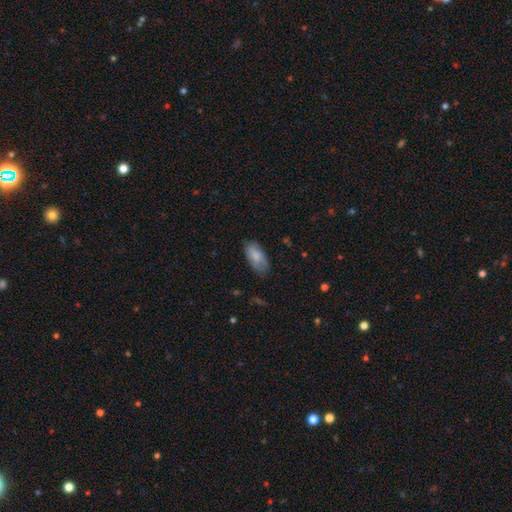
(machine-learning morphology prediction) Smooth or featured: smooth — 82% (featured or disk — 12%)
How rounded: in between — 92% (cigar-shaped — 6%)
Merging: none — 71% (minor disturbance — 23%)